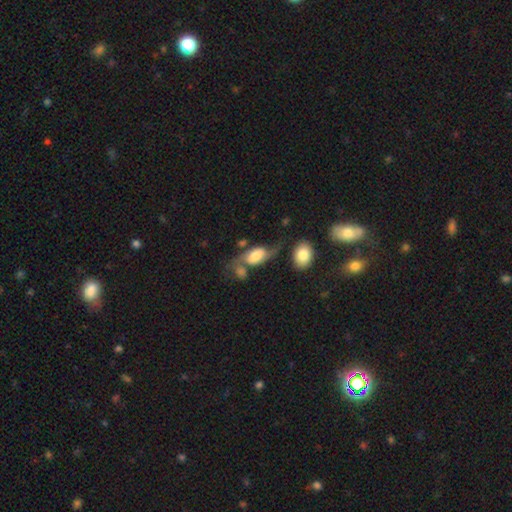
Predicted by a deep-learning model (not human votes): featured or disk 60%, smooth 32%, star or artifact 8%. Down the decision tree: edge-on disk — no (92%); bar — no (52%); spiral arms — yes (87%); bulge size — large (34%); merging — none (38%).